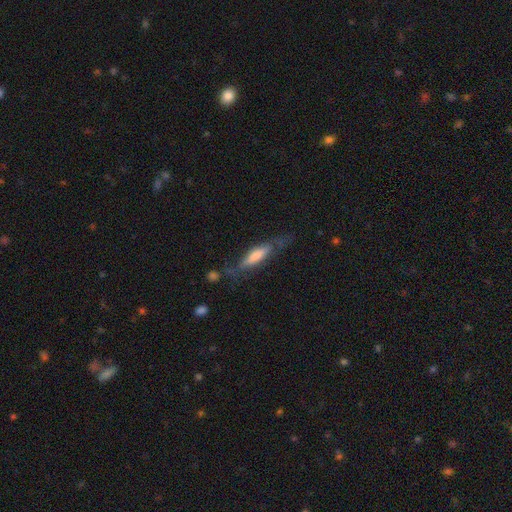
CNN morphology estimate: Smooth or featured?
  - smooth: 50% *
  - featured or disk: 43%
  - star or artifact: 7%
How rounded?
  - cigar-shaped: 69% *
  - in between: 29%
  - round: 2%
Merging?
  - none: 59% *
  - minor disturbance: 24%
  - major disturbance: 14%
  - merger: 3%